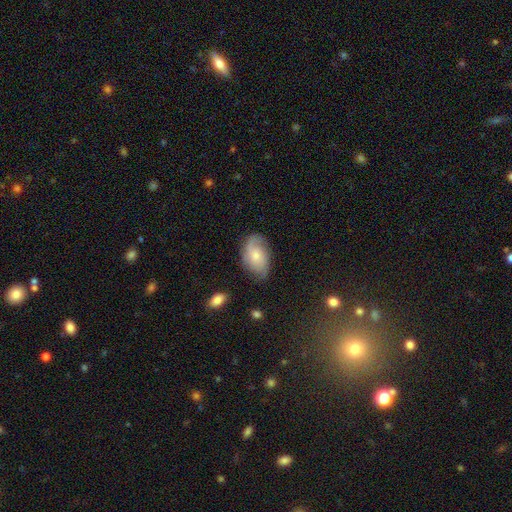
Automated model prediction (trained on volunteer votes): This appears to be a featured or disk galaxy (53%) with no bar (72%), spiral arms (87%) and a small central bulge (47%). Merging: none (65%).